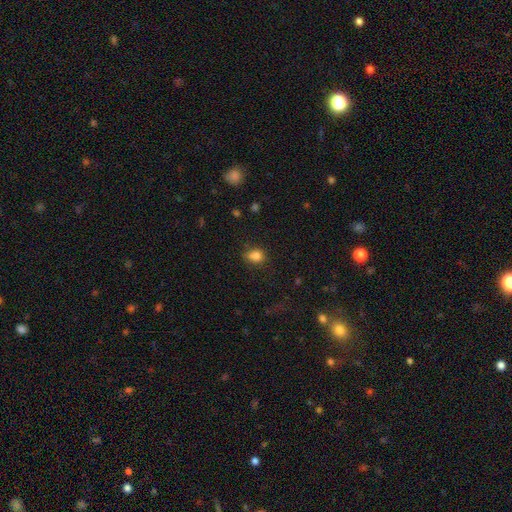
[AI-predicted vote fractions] Smooth or featured: smooth — 81% (star or artifact — 12%)
How rounded: round — 60% (in between — 39%)
Merging: none — 63% (minor disturbance — 23%)